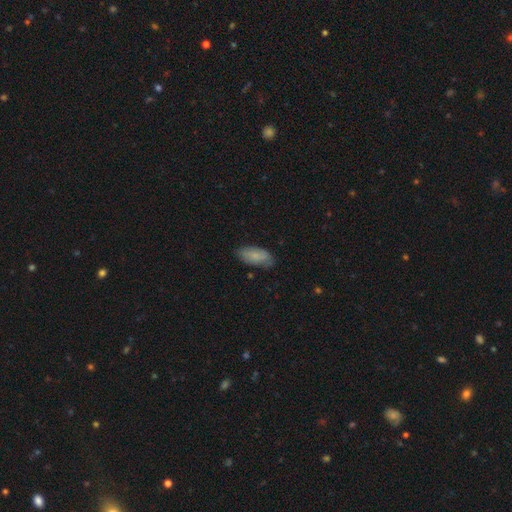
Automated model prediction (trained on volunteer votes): Smooth or featured: smooth — 75% (featured or disk — 18%)
How rounded: in between — 91% (cigar-shaped — 6%)
Merging: none — 73% (minor disturbance — 22%)